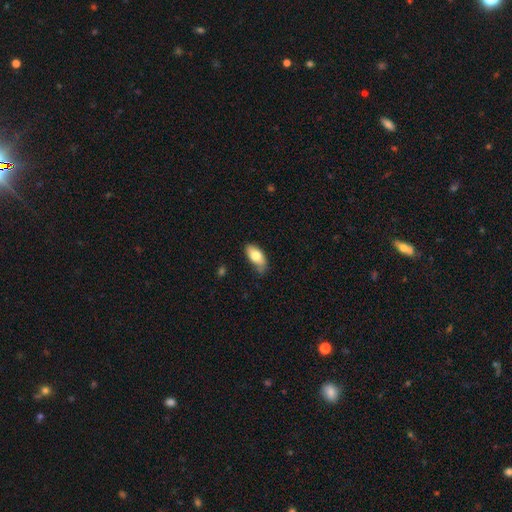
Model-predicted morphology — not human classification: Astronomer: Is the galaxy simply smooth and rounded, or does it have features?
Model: smooth — 76%.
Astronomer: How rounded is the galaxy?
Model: in between — 89%.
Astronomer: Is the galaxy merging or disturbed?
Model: none — 57% (runner-up: minor disturbance, 33%).